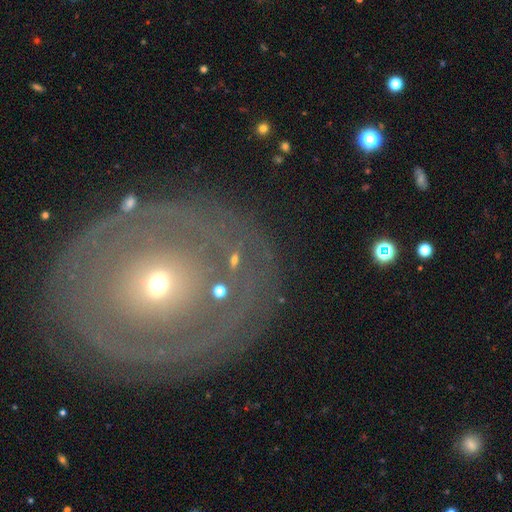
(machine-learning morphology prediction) smooth-or-featured: featured or disk: 63% | smooth: 28% | star or artifact: 9%
  disk-edge-on: no: 94% | yes: 6%
    bar: no: 87% | weak: 9% | strong: 4%
    has-spiral-arms: no: 62% | yes: 38%
    bulge-size: small: 56% | moderate: 38% | large: 3% | dominant: 1% | none: 1%
  merging: none: 81% | minor disturbance: 12% | major disturbance: 5% | merger: 2%